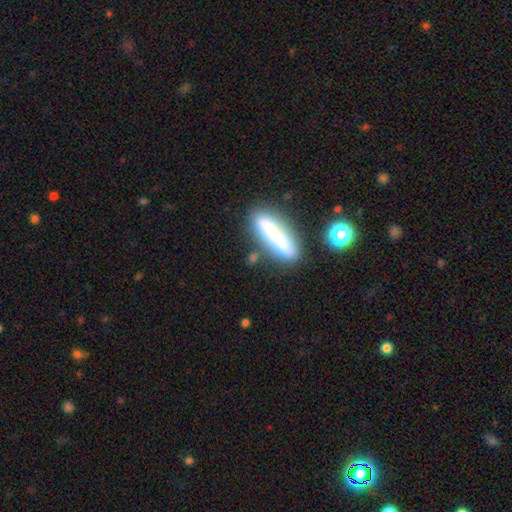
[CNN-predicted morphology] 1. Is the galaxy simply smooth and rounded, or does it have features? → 57% smooth, 33% featured or disk, 11% star or artifact.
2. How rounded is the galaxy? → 74% cigar-shaped, 23% in between, 3% round.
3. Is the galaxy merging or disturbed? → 59% none, 19% merger, 16% minor disturbance, 7% major disturbance.